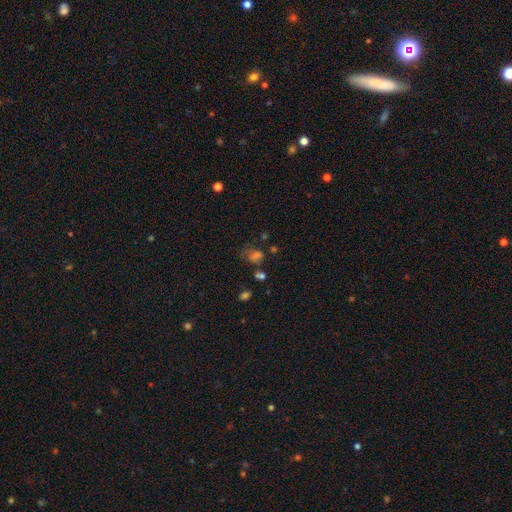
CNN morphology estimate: Overall: smooth (51%; star or artifact 33%). How rounded: in between (60%; round 38%). Merging: none (44%; major disturbance 23%).